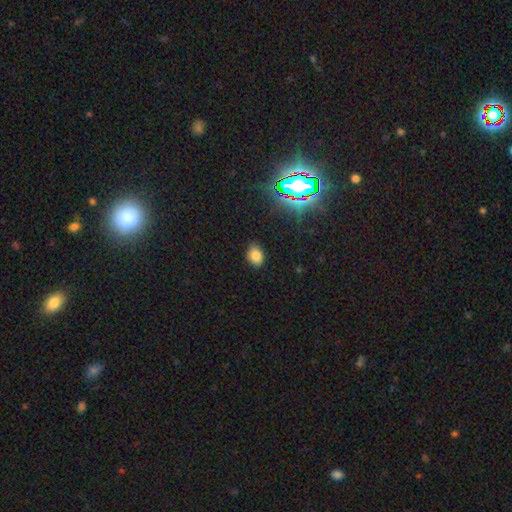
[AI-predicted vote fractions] A smooth galaxy with no disk features (78%) that is in between round and cigar-shaped (76%). Merging: none (80%).